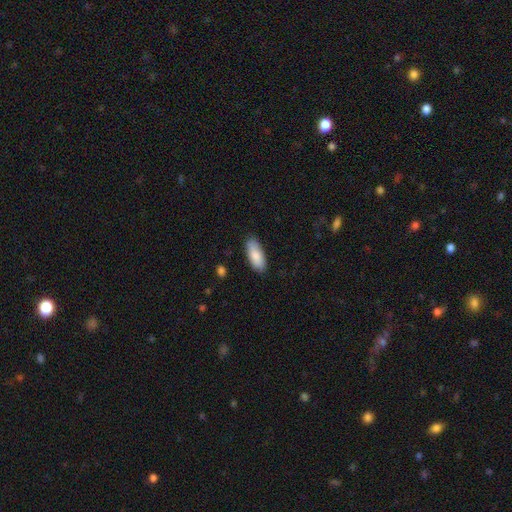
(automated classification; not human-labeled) smooth-or-featured: smooth: 86% | featured or disk: 8% | star or artifact: 6%
  how-rounded: in between: 81% | cigar-shaped: 17% | round: 2%
  merging: none: 86% | minor disturbance: 11% | major disturbance: 2% | merger: 1%